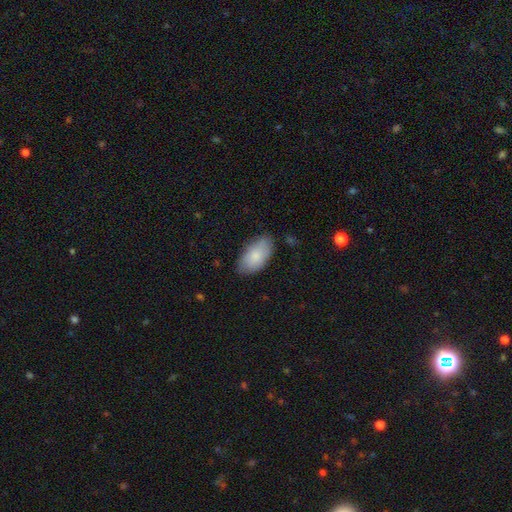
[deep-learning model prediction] Smooth or featured: smooth — 82% (featured or disk — 12%)
How rounded: in between — 95% (round — 3%)
Merging: none — 77% (minor disturbance — 18%)